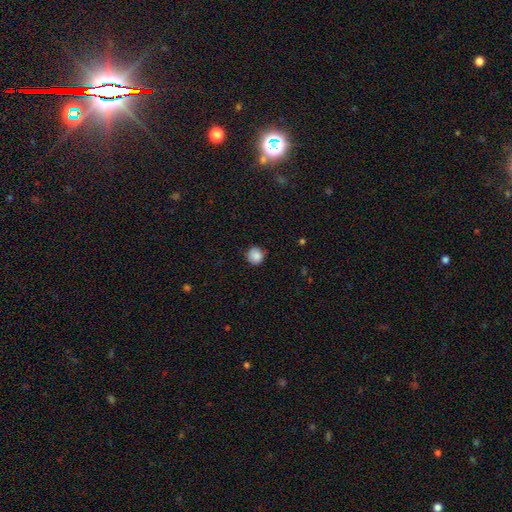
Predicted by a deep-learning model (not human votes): This appears to be a smooth galaxy with no disk features (86%) that is round (91%). Merging: none (81%).